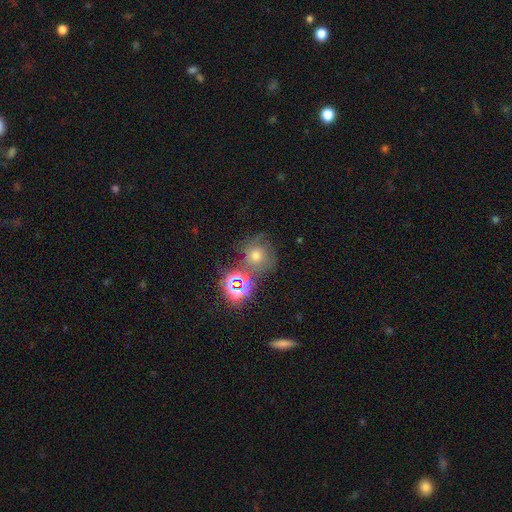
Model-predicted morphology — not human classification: A smooth galaxy with no disk features (47%).

Vote fractions:
- Smooth or featured? smooth: 47% / star or artifact: 33% / featured or disk: 20%
- Merging? none: 59% / minor disturbance: 17% / merger: 15% / major disturbance: 10%